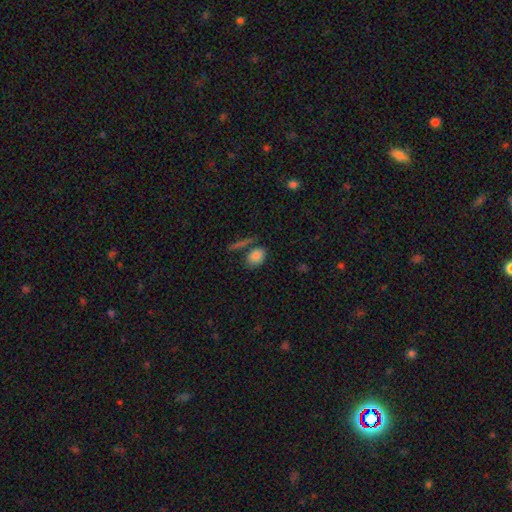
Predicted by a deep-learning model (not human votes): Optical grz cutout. It shows a smooth galaxy with no disk features (82%) that is in between round and cigar-shaped (73%). Merging: none (64%).